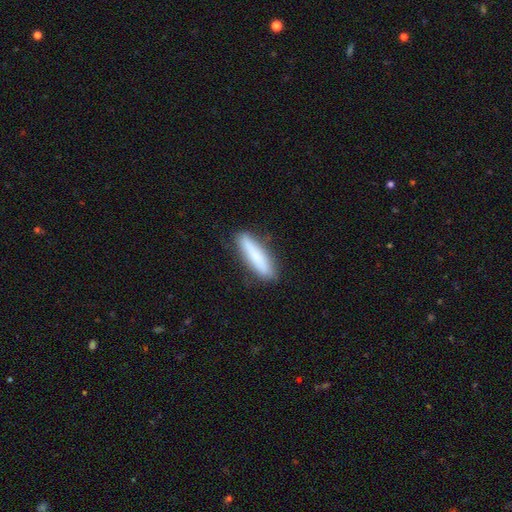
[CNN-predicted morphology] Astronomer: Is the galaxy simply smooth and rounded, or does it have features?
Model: smooth — 80%.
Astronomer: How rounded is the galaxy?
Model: cigar-shaped — 80%.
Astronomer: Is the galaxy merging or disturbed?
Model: none — 84%.